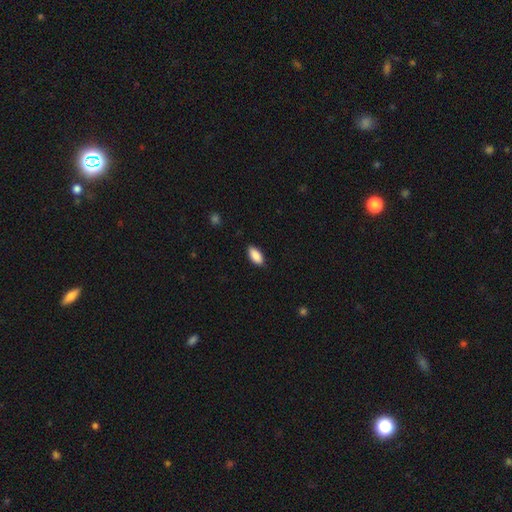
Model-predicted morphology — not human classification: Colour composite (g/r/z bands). It shows a smooth galaxy with no disk features (89%) that is in between round and cigar-shaped (89%). Merging: none (87%).